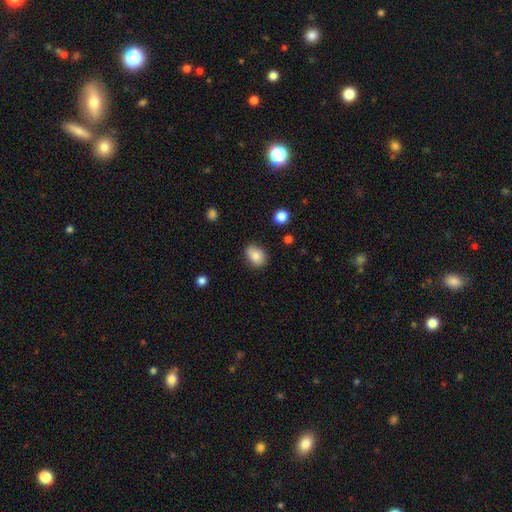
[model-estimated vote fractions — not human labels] A smooth galaxy with no disk features (85%) that is in between round and cigar-shaped (72%).

Vote fractions:
- Smooth or featured? smooth: 85% / star or artifact: 8% / featured or disk: 7%
- How rounded? in between: 72% / round: 27% / cigar-shaped: 1%
- Merging? none: 82% / minor disturbance: 14% / major disturbance: 3% / merger: 2%